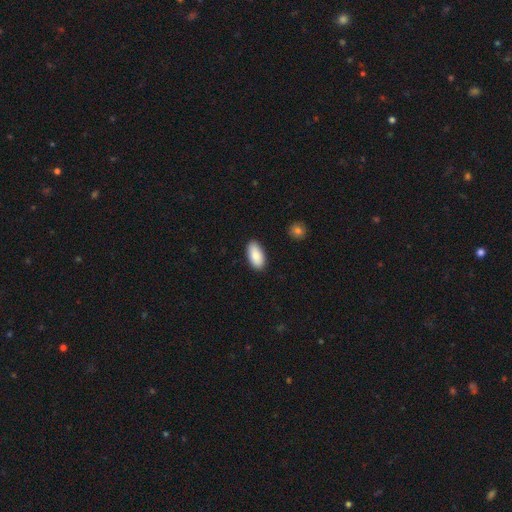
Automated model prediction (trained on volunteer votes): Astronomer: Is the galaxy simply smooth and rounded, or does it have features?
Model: smooth — 87%.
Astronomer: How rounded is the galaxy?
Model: in between — 94%.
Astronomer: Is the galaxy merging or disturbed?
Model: none — 87%.